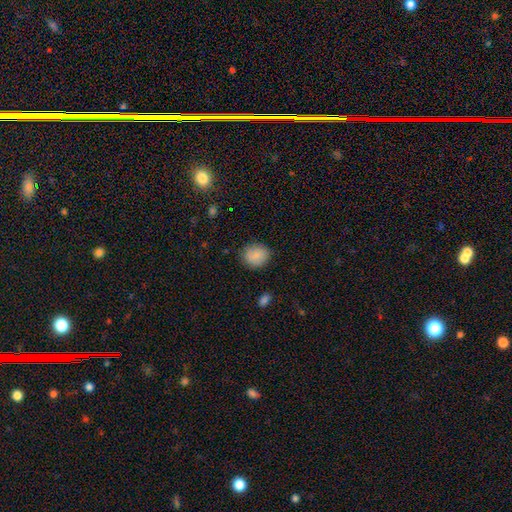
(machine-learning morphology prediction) smooth_or_featured: smooth (p=0.86) [alt: star or artifact p=0.08]
how_rounded: round (p=0.71) [alt: in between p=0.28]
merging: none (p=0.86) [alt: minor disturbance p=0.10]